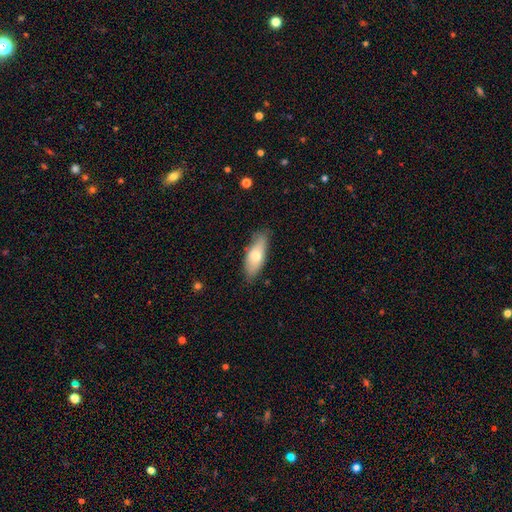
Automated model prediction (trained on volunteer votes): A smooth galaxy with no disk features (69%) that is in between round and cigar-shaped (74%). Merging: none (78%).